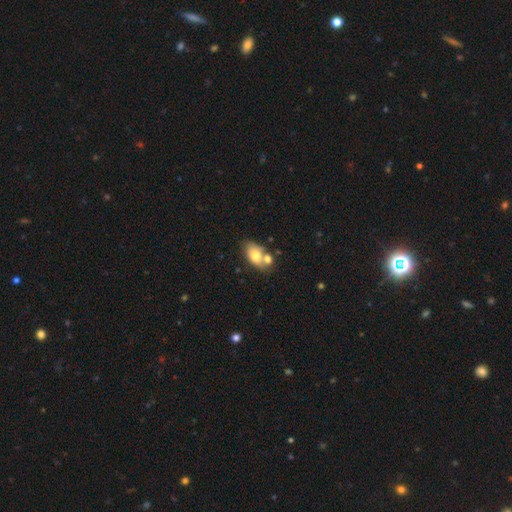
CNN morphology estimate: A smooth galaxy with no disk features (73%) that is in between round and cigar-shaped (87%). Merging: none (48%).